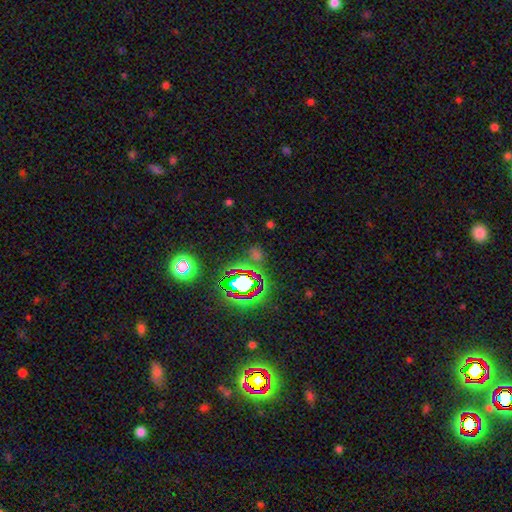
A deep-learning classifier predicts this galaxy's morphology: Smooth or featured? Predicted: star or artifact (p=0.61).